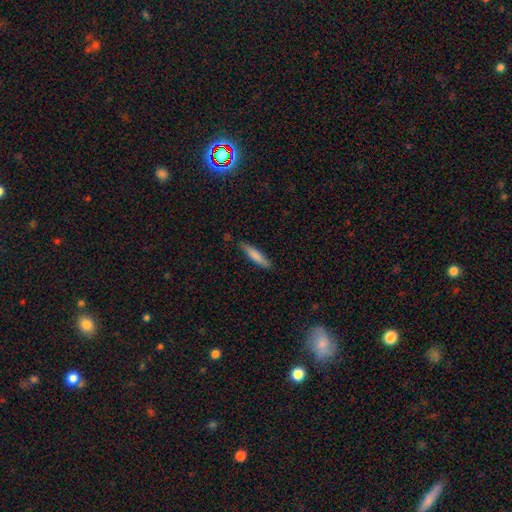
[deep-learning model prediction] Overall: smooth (79%). How rounded: cigar-shaped (84%). Merging: none (81%).